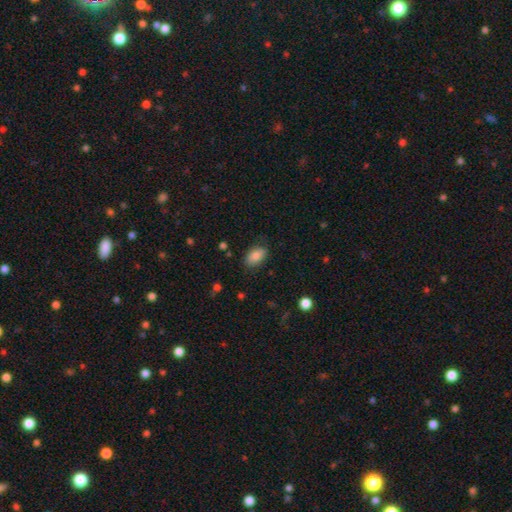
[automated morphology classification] smooth-or-featured: smooth: 83% | featured or disk: 9% | star or artifact: 8%
  how-rounded: in between: 89% | round: 9% | cigar-shaped: 2%
  merging: none: 82% | minor disturbance: 14% | major disturbance: 3% | merger: 1%